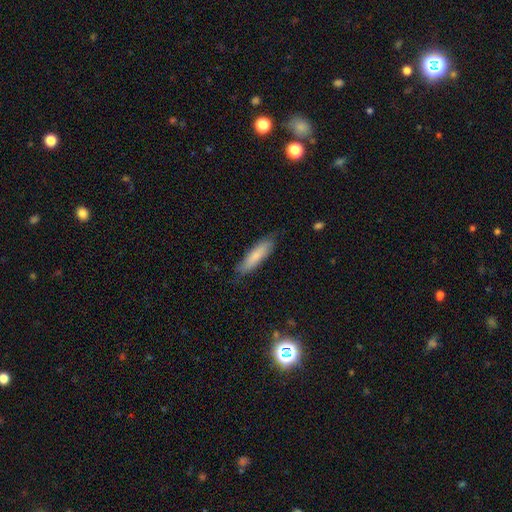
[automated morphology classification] Overall: smooth (75%). How rounded: cigar-shaped (69%; in between 30%). Merging: none (77%).